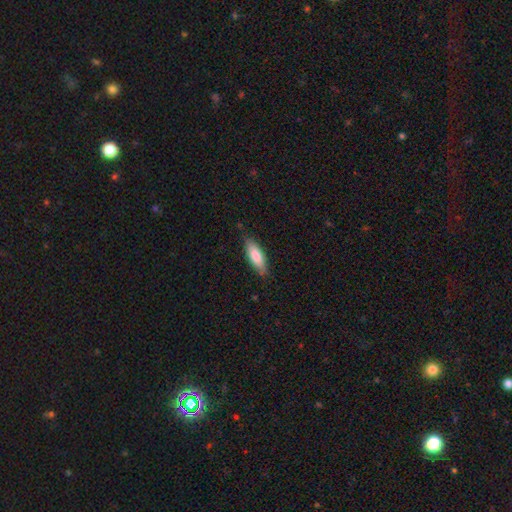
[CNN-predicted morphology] This appears to be a smooth galaxy with no disk features (81%) that is in between round and cigar-shaped (61%). Merging: none (81%).